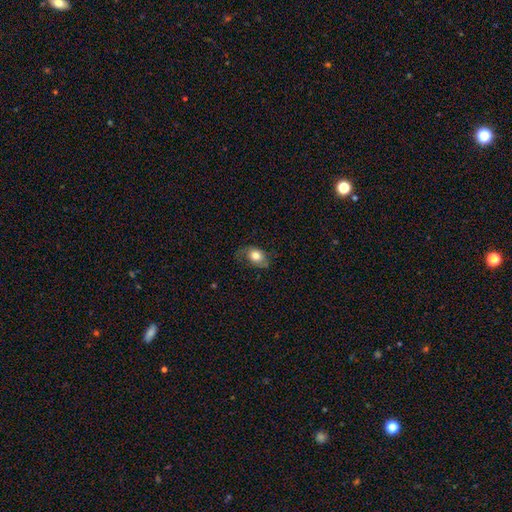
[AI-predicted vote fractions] Smooth or featured?
  - smooth: 68% *
  - featured or disk: 24%
  - star or artifact: 8%
How rounded?
  - in between: 75% *
  - round: 24%
  - cigar-shaped: 1%
Merging?
  - none: 56% *
  - minor disturbance: 27%
  - major disturbance: 16%
  - merger: 1%